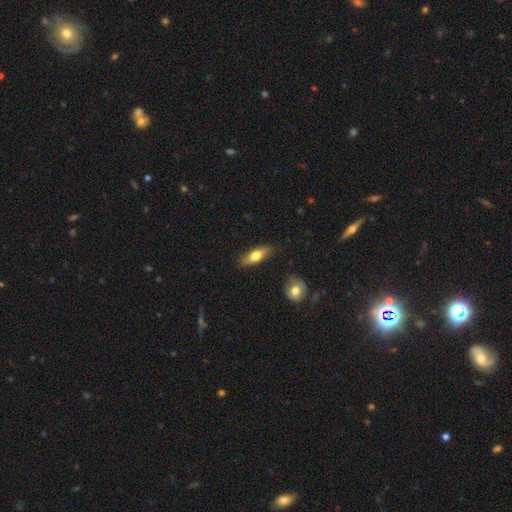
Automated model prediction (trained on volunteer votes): Morphology: type=smooth (63%); roundness=in between (59%); merging=none (83%).